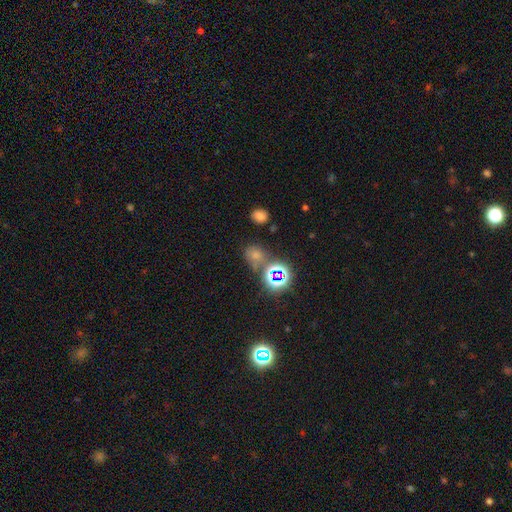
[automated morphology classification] Smooth or featured: smooth — 55% (star or artifact — 36%)
How rounded: round — 67% (in between — 32%)
Merging: none — 59% (merger — 20%)